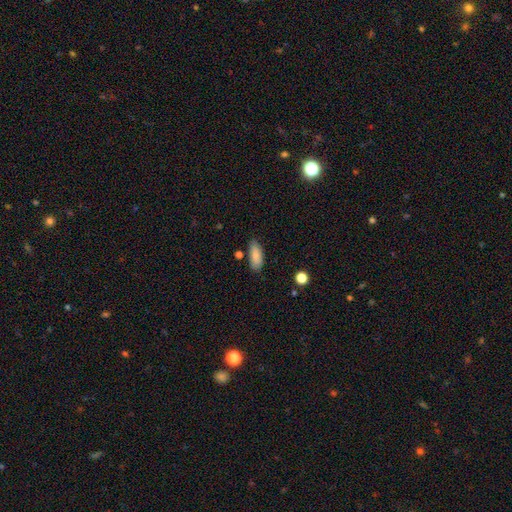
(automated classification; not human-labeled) smooth 86%, featured or disk 7%, star or artifact 7%. Down the decision tree: how rounded — in between (80%); merging — none (78%).